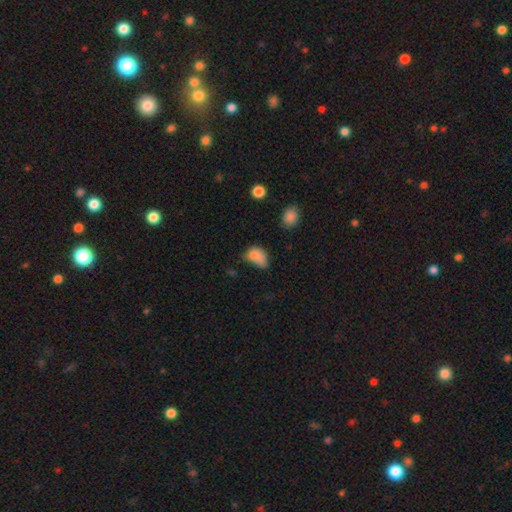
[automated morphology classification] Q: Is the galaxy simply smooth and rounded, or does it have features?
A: smooth — 78%.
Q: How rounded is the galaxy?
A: in between — 80%.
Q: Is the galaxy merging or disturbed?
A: minor disturbance — 31%.